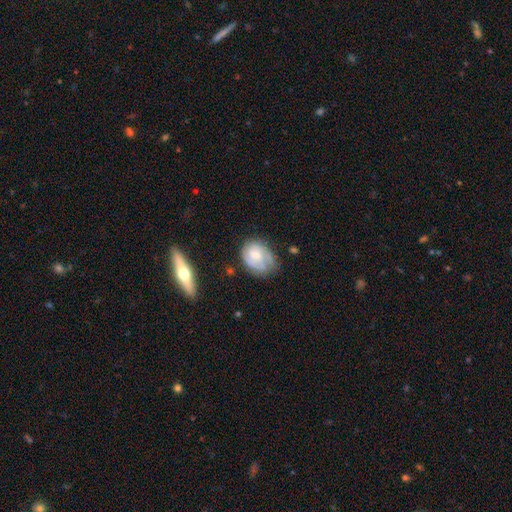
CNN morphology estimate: This appears to be a smooth galaxy with no disk features (47%). Merging: none (51%).